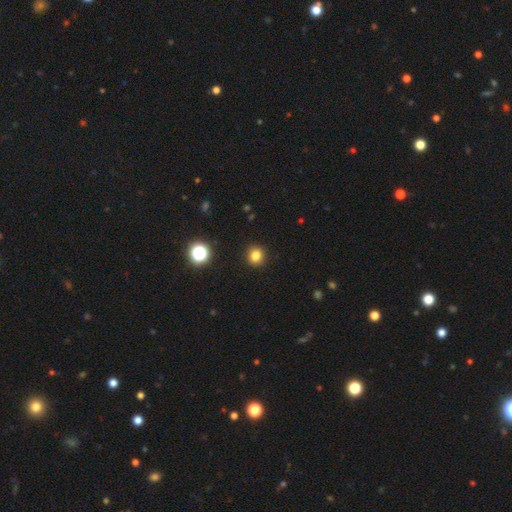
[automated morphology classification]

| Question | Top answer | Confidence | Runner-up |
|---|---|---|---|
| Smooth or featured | smooth | 81% | star or artifact (14%) |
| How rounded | round | 86% | in between (13%) |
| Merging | none | 92% | minor disturbance (5%) |